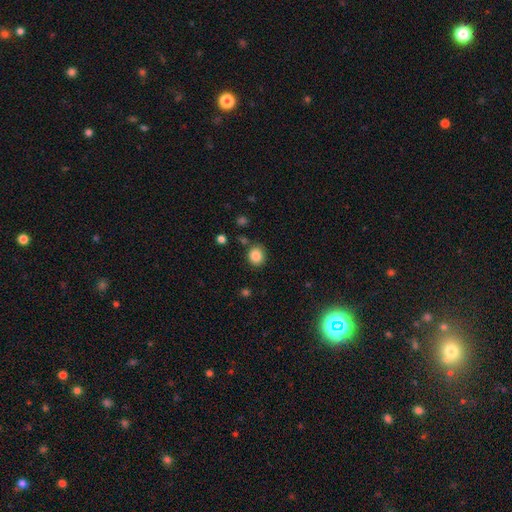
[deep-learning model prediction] The model was most divided on "how rounded": round: 79%, in between: 20%, cigar-shaped: 1%. More confident: smooth or featured — smooth (85%); merging — none (84%).